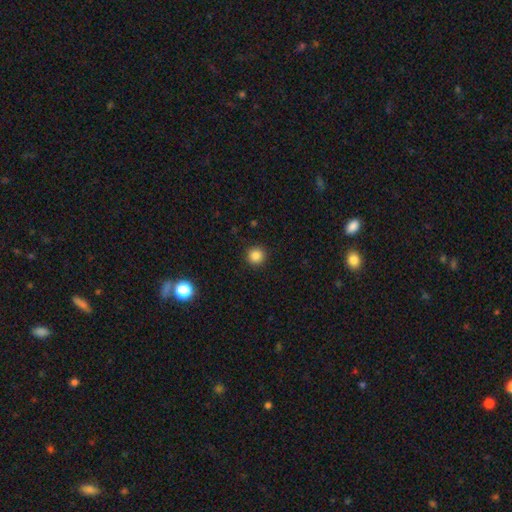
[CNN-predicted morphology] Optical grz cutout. It shows a smooth galaxy with no disk features (85%) that is round (94%). Merging: none (92%).